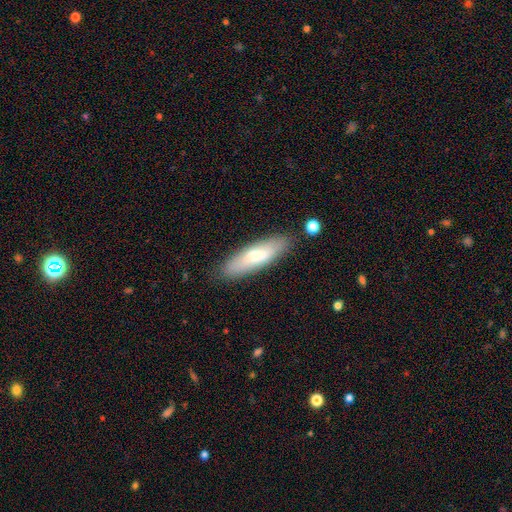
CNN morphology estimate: Smooth or featured?
  - smooth: 62% *
  - featured or disk: 31%
  - star or artifact: 6%
How rounded?
  - cigar-shaped: 56% *
  - in between: 42%
  - round: 2%
Merging?
  - none: 84% *
  - minor disturbance: 11%
  - merger: 3%
  - major disturbance: 3%